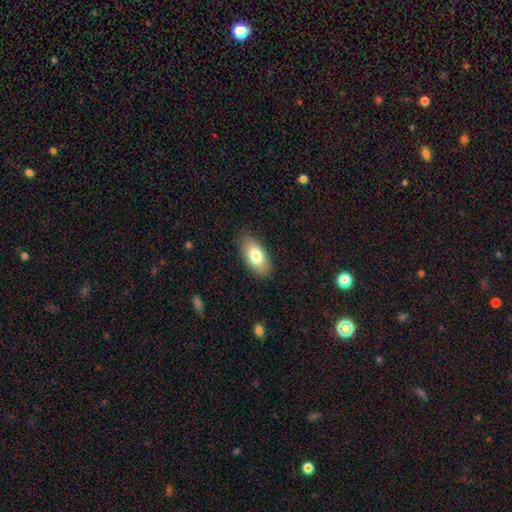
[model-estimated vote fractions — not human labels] A smooth galaxy with no disk features (78%) that is in between round and cigar-shaped (91%). Merging: none (85%).